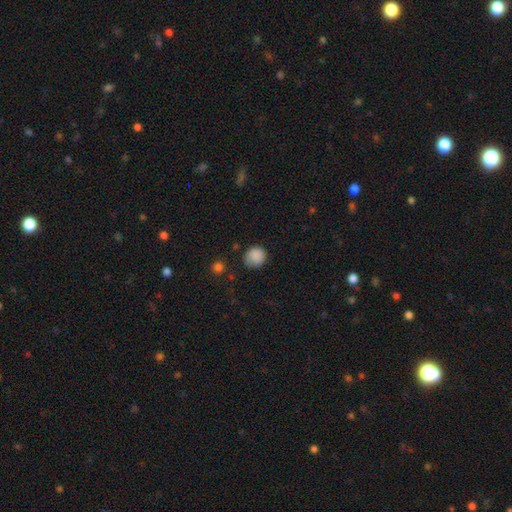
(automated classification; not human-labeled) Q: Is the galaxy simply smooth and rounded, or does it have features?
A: smooth — 84%.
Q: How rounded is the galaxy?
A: round — 87%.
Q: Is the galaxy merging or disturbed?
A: none — 68%.